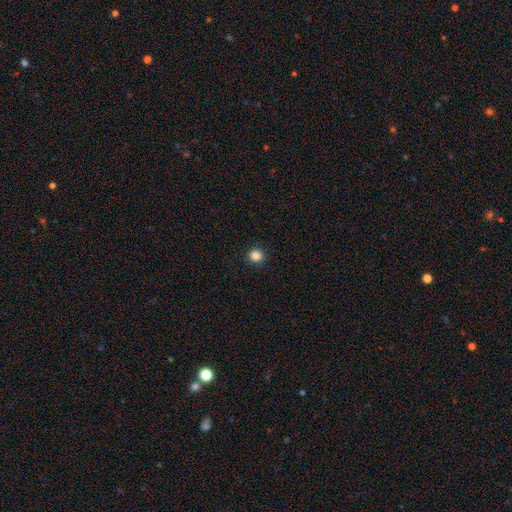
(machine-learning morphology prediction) Smooth or featured? smooth (86%)
How rounded? round (92%)
Merging? none (92%)